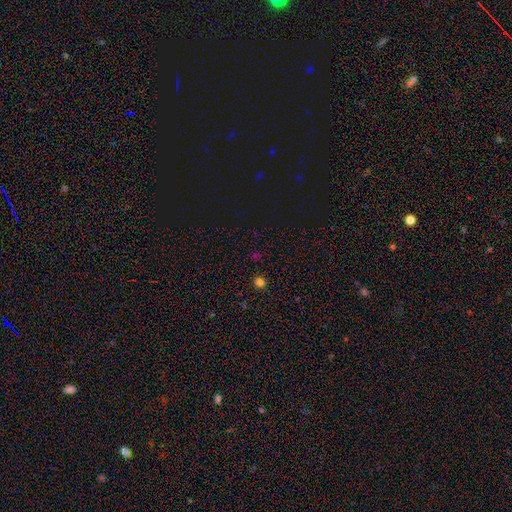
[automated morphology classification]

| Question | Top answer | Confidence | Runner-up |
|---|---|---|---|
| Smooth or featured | smooth | 54% | star or artifact (42%) |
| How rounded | round | 85% | in between (13%) |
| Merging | none | 89% | minor disturbance (6%) |